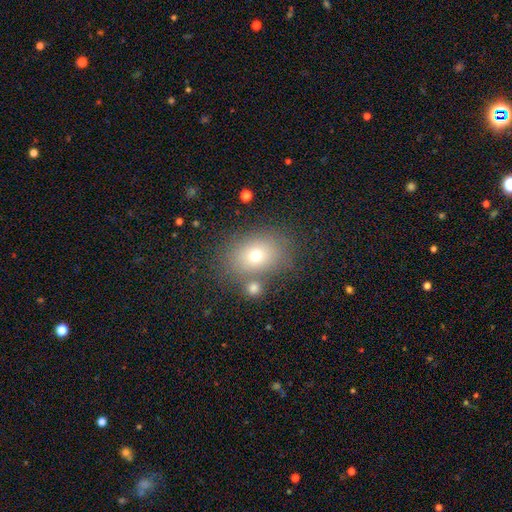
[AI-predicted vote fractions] Overall: smooth (69%). How rounded: in between (63%; round 36%). Merging: none (71%).